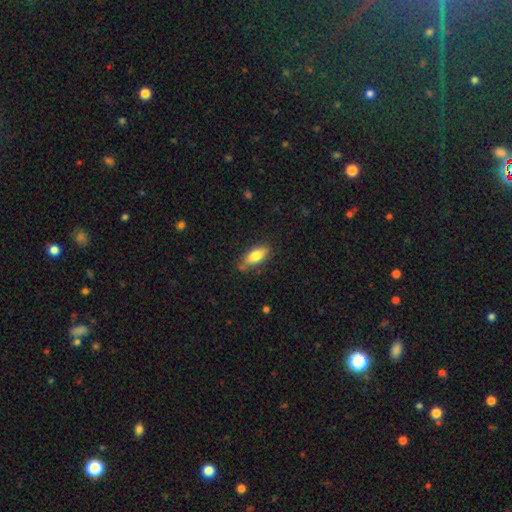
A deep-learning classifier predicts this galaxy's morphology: Smooth or featured?
  - smooth: 78% *
  - featured or disk: 16%
  - star or artifact: 7%
How rounded?
  - in between: 81% *
  - cigar-shaped: 17%
  - round: 3%
Merging?
  - none: 75% *
  - minor disturbance: 19%
  - major disturbance: 3%
  - merger: 3%